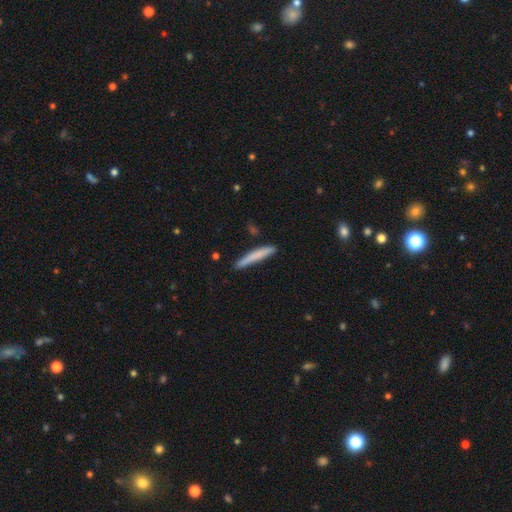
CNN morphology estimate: Smooth or featured?
  - smooth: 74% *
  - featured or disk: 20%
  - star or artifact: 6%
How rounded?
  - cigar-shaped: 96% *
  - in between: 3%
  - round: 1%
Merging?
  - none: 86% *
  - minor disturbance: 11%
  - merger: 2%
  - major disturbance: 2%